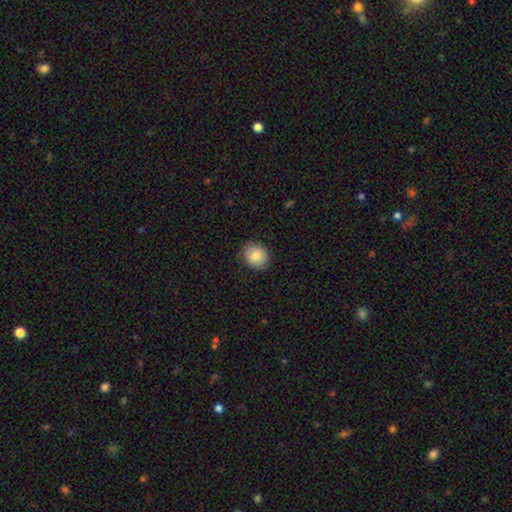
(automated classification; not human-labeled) Smooth or featured?
  - smooth: 83% *
  - featured or disk: 9%
  - star or artifact: 8%
How rounded?
  - round: 81% *
  - in between: 18%
  - cigar-shaped: 1%
Merging?
  - none: 87% *
  - minor disturbance: 9%
  - major disturbance: 2%
  - merger: 1%